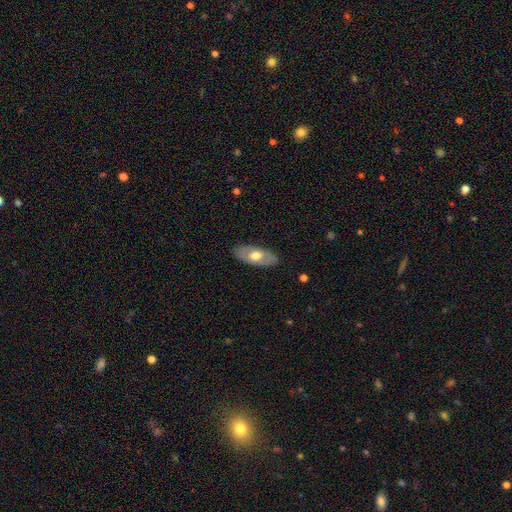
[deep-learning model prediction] Q: Smooth or featured?
A: smooth (50%); runner-up: featured or disk (45%)
Q: How rounded?
A: in between (89%); runner-up: cigar-shaped (7%)
Q: Merging?
A: none (85%); runner-up: minor disturbance (12%)